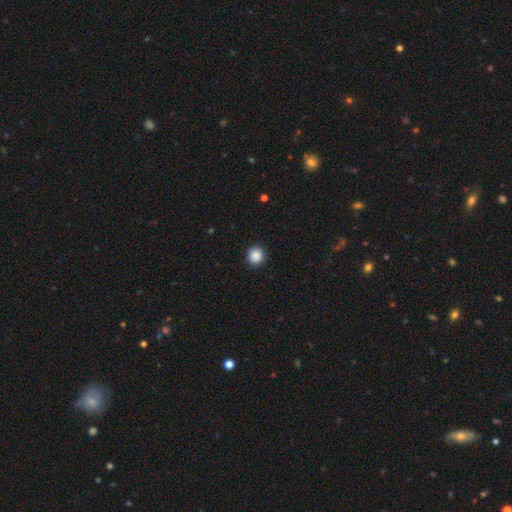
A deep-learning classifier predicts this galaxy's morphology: Smooth or featured? smooth (88%)
How rounded? round (94%)
Merging? none (92%)